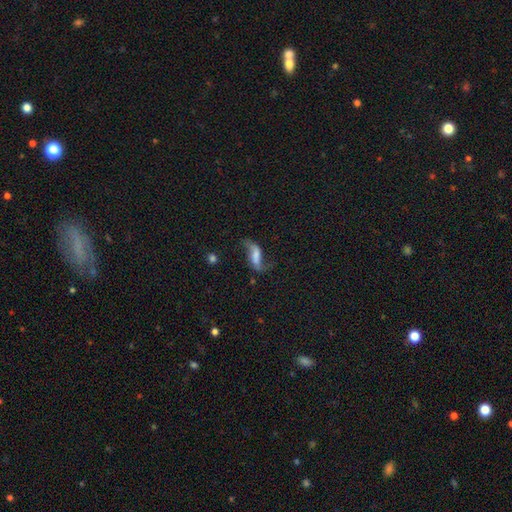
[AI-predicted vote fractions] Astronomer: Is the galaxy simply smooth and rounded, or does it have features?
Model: featured or disk — 68%.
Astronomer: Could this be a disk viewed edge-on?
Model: no — 91%.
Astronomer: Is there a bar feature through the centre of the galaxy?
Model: weak — 36% (runner-up: strong, 35%).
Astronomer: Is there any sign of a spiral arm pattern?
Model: yes — 91%.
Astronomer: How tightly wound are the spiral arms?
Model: loose — 88%.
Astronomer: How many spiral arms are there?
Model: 2 — 90%.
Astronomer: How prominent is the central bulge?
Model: none — 39% (runner-up: small, 23%).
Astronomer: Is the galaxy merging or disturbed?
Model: none — 60%.